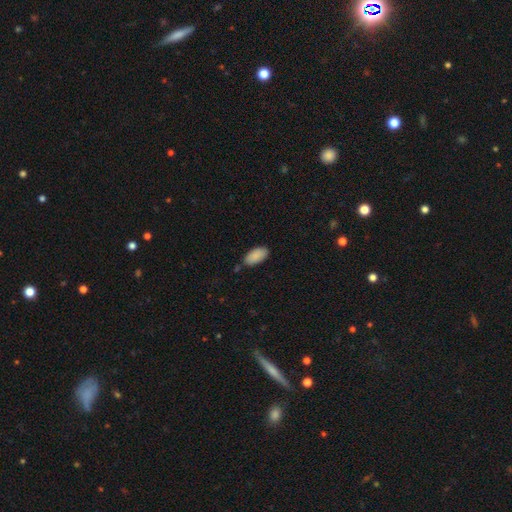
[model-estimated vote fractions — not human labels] Smooth or featured? Predicted: smooth (p=0.89). How rounded? Predicted: in between (p=0.93). Merging? Predicted: none (p=0.78).